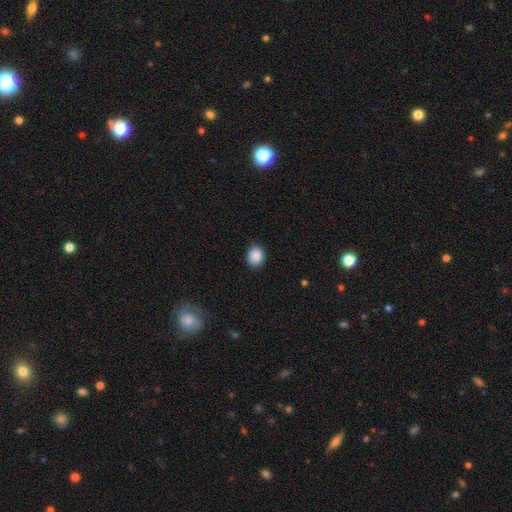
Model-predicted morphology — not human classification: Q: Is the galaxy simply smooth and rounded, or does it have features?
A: smooth — 89%.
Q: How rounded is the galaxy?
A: round — 66%.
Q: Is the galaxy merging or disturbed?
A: none — 87%.